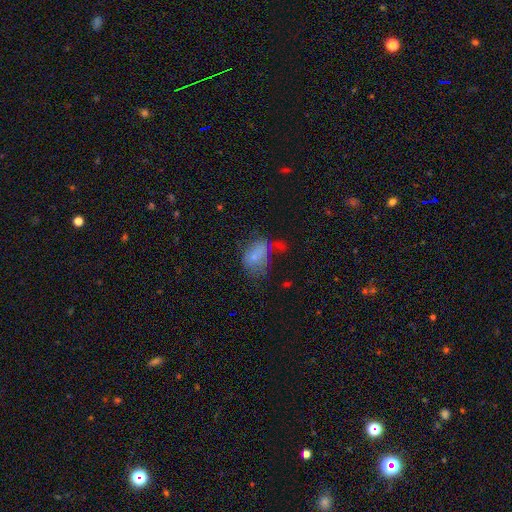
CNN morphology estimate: Q: Smooth or featured?
A: smooth (67%); runner-up: featured or disk (21%)
Q: How rounded?
A: in between (76%); runner-up: round (22%)
Q: Merging?
A: none (29%); runner-up: major disturbance (27%)